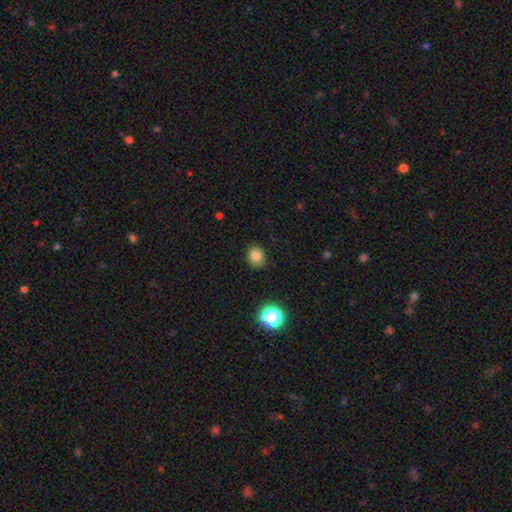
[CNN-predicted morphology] Smooth or featured? smooth (81%)
How rounded? round (62%)
Merging? none (86%)